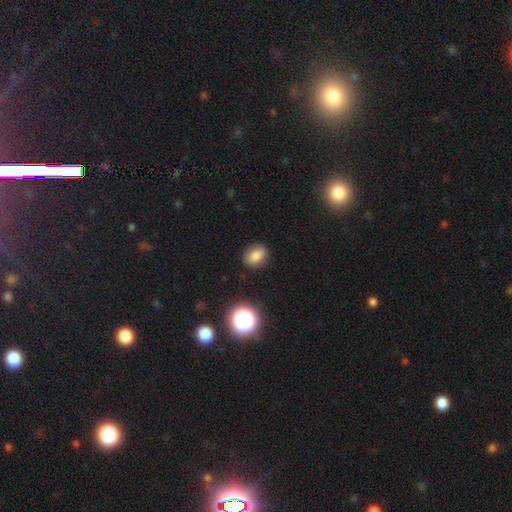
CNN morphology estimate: Smooth or featured: smooth — 79% (star or artifact — 13%)
How rounded: in between — 59% (round — 39%)
Merging: none — 84% (minor disturbance — 11%)